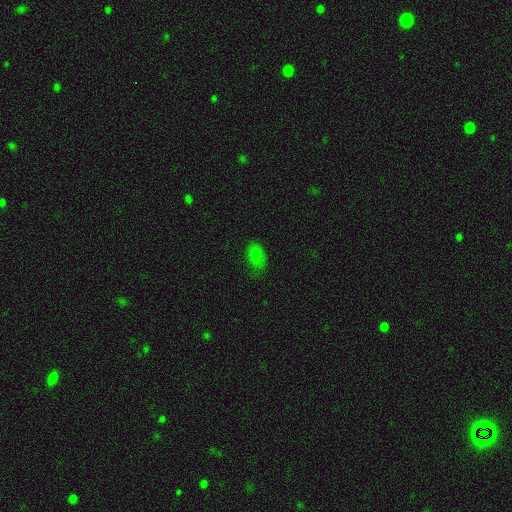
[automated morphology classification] Smooth or featured? smooth (79%)
How rounded? in between (90%)
Merging? none (69%)